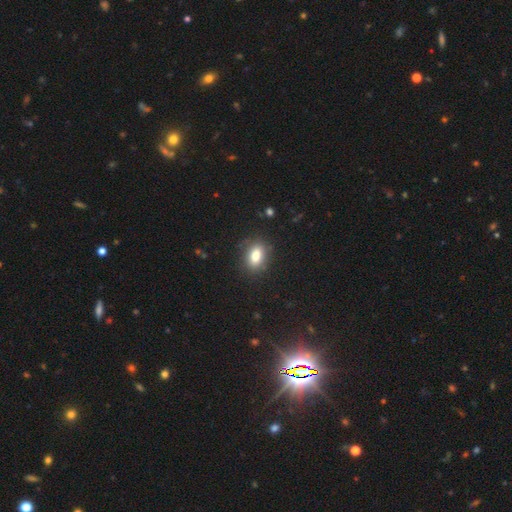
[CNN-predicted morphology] smooth_or_featured: smooth (p=0.84) [alt: star or artifact p=0.09]
how_rounded: in between (p=0.85) [alt: round p=0.13]
merging: none (p=0.85) [alt: minor disturbance p=0.11]